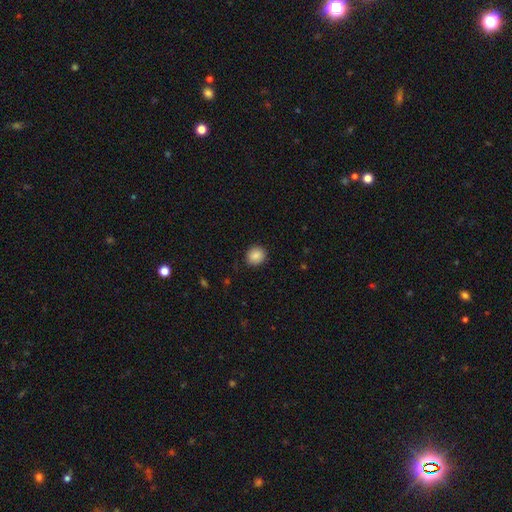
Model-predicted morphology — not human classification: Smooth or featured? smooth (87%)
How rounded? round (83%)
Merging? none (86%)